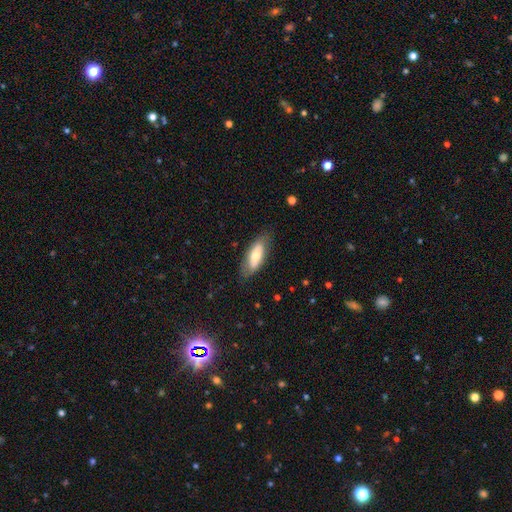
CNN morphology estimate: Overall: smooth (62%; featured or disk 32%). How rounded: in between (76%). Merging: none (76%).